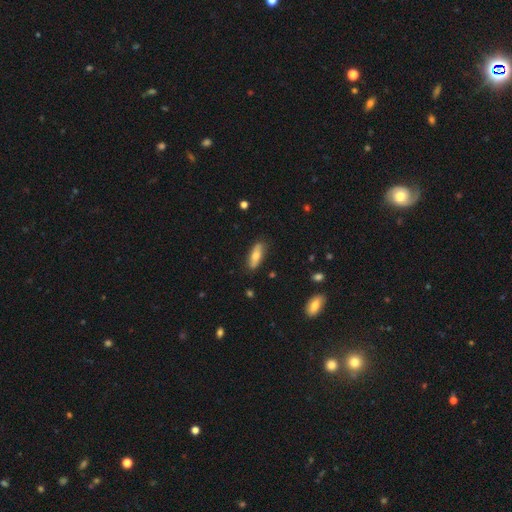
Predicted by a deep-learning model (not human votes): This appears to be a smooth galaxy with no disk features (67%) that is in between round and cigar-shaped (55%). Merging: none (84%).